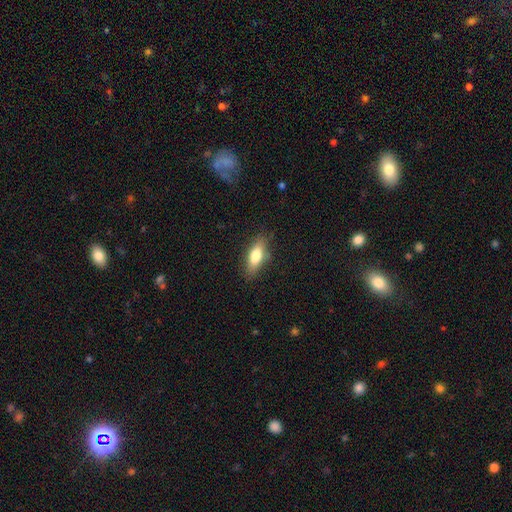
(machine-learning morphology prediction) smooth_or_featured: smooth (p=0.74) [alt: featured or disk p=0.18]
how_rounded: in between (p=0.70) [alt: cigar-shaped p=0.27]
merging: none (p=0.81) [alt: minor disturbance p=0.15]